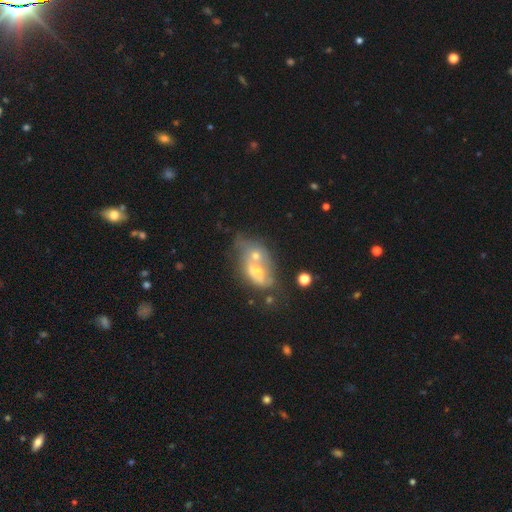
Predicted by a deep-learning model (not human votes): smooth 50%, featured or disk 39%, star or artifact 11%. Down the decision tree: merging — merger (70%).